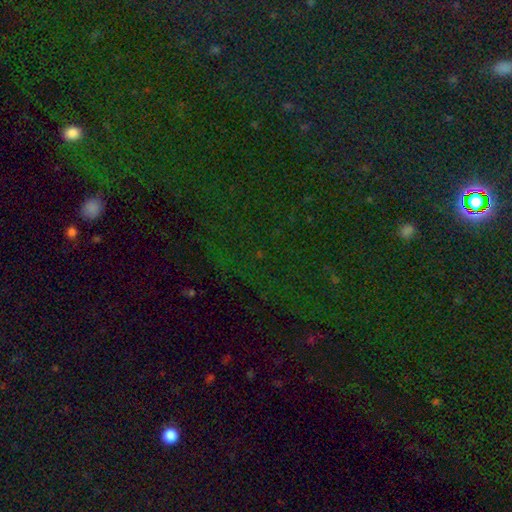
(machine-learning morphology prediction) Smooth or featured? star or artifact (79%)